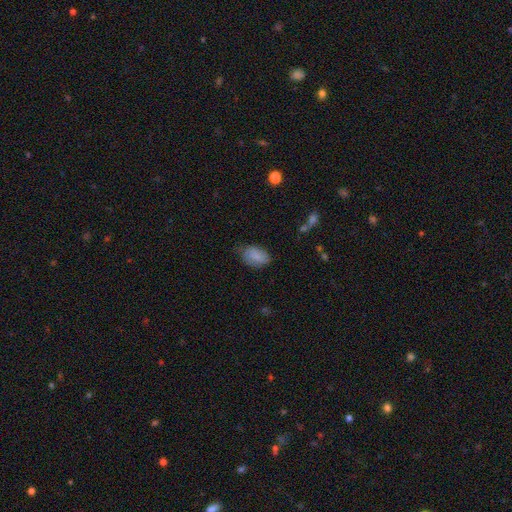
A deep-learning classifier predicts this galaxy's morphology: This is likely a smooth galaxy (79%). How rounded: clearly in between (89%). Merging: likely none (60%).